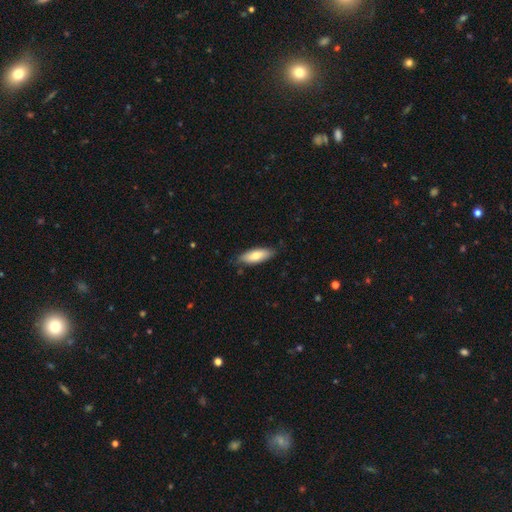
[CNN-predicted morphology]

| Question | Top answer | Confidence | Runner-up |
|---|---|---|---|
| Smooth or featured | smooth | 75% | featured or disk (19%) |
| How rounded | in between | 68% | cigar-shaped (30%) |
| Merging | none | 81% | minor disturbance (15%) |